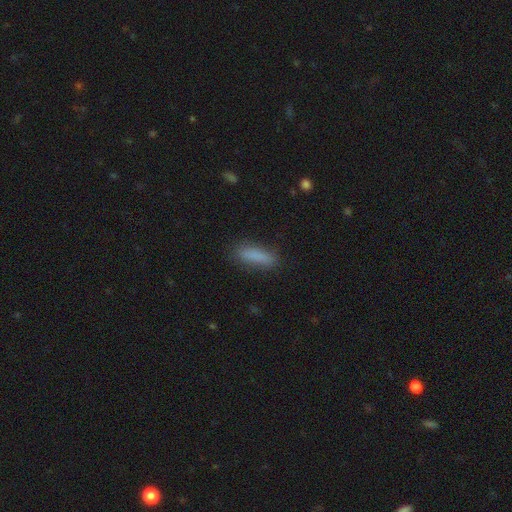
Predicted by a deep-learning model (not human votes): Overall: smooth (85%). How rounded: cigar-shaped (65%; in between 34%). Merging: none (82%).